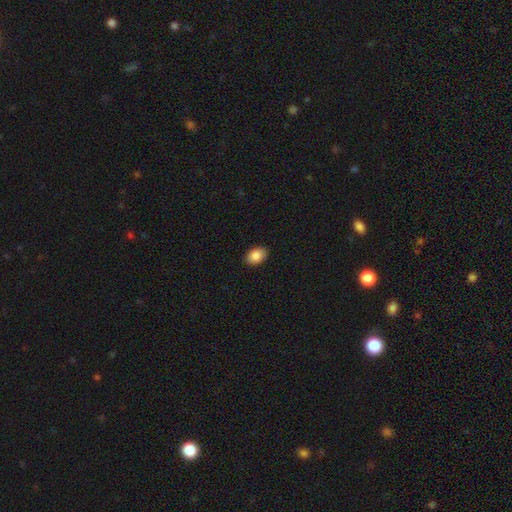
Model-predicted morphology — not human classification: Overall: smooth (88%). How rounded: in between (84%). Merging: none (89%).